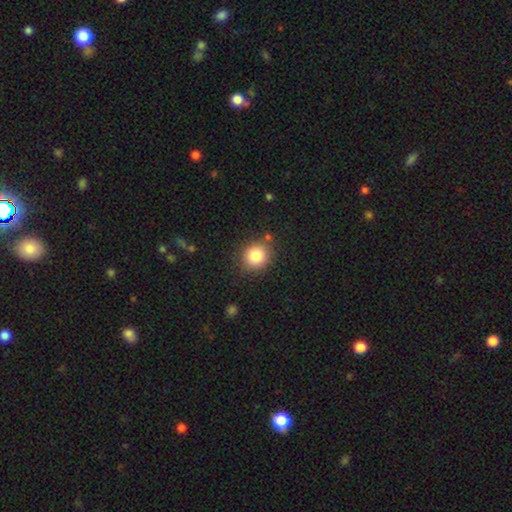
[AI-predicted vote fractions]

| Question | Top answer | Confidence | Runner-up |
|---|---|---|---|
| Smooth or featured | smooth | 84% | star or artifact (10%) |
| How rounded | round | 82% | in between (17%) |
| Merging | none | 83% | minor disturbance (10%) |